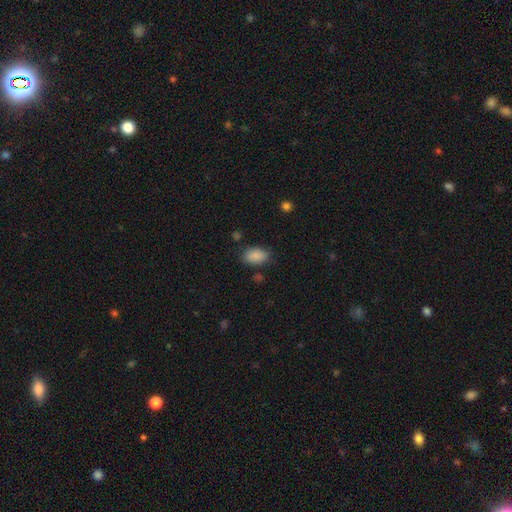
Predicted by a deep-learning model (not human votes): A smooth galaxy with no disk features (88%) that is in between round and cigar-shaped (90%).

Vote fractions:
- Smooth or featured? smooth: 88% / star or artifact: 7% / featured or disk: 5%
- How rounded? in between: 90% / round: 9% / cigar-shaped: 1%
- Merging? none: 77% / minor disturbance: 17% / major disturbance: 4% / merger: 3%